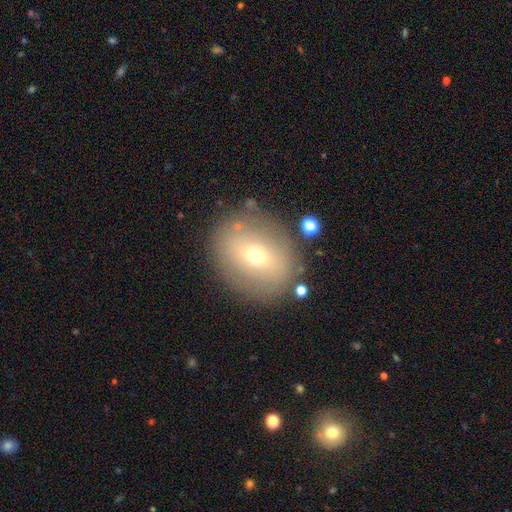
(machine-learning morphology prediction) A smooth galaxy with no disk features (58%) that is round (64%). Merging: none (84%).